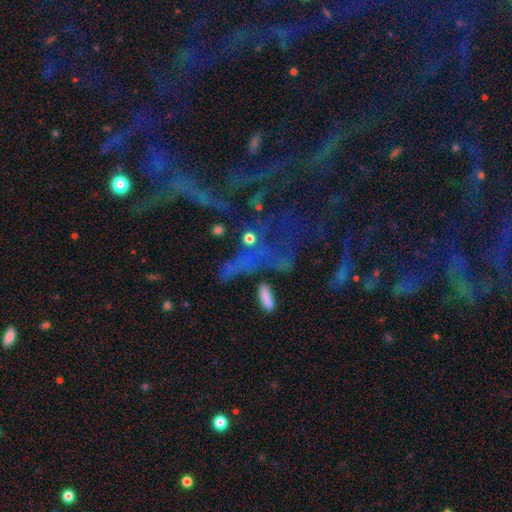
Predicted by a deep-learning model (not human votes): smooth-or-featured: star or artifact: 63% | smooth: 20% | featured or disk: 17%